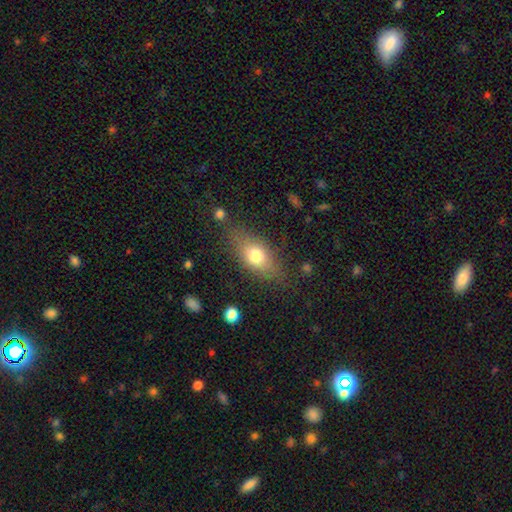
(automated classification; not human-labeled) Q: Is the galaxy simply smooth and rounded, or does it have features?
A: smooth — 71%.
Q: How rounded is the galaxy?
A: in between — 73%.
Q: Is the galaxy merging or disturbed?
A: none — 72%.